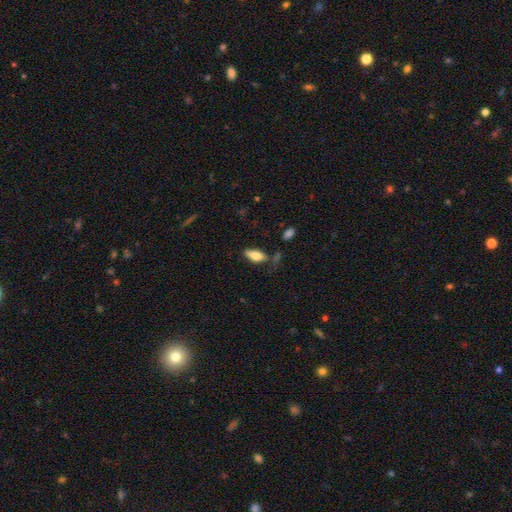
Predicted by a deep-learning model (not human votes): This is likely a smooth galaxy (77%). How rounded: clearly in between (84%). Merging: likely none (62%).